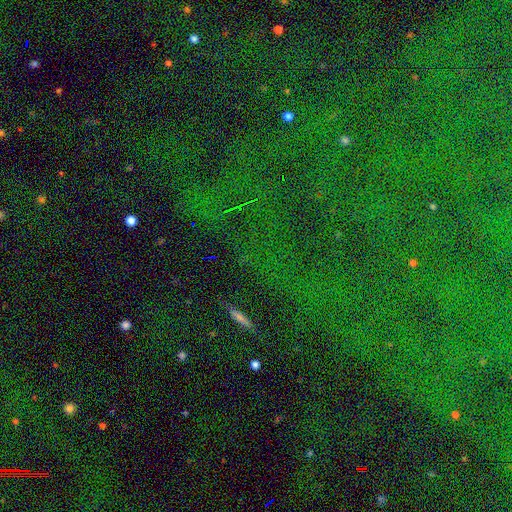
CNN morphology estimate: This is likely a star or artifact rather than a galaxy (77%).